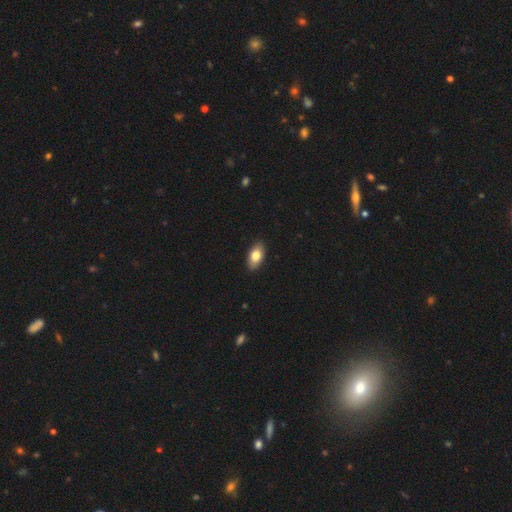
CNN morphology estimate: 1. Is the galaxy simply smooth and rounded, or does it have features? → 79% smooth, 15% featured or disk, 6% star or artifact.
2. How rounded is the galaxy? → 92% in between, 4% round, 4% cigar-shaped.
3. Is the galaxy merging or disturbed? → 90% none, 8% minor disturbance, 2% major disturbance, 1% merger.